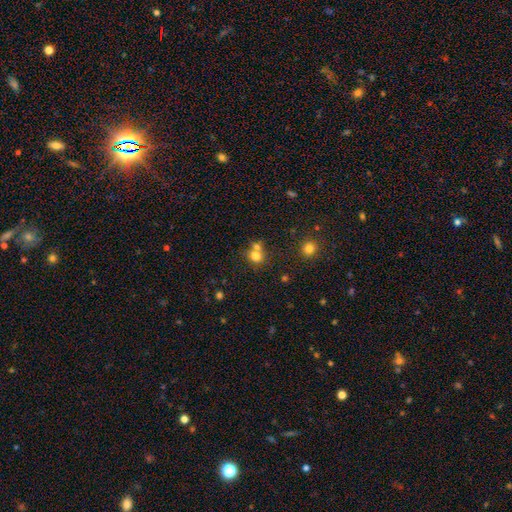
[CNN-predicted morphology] smooth_or_featured: smooth (p=0.75) [alt: star or artifact p=0.14]
how_rounded: round (p=0.76) [alt: in between p=0.23]
merging: none (p=0.49) [alt: merger p=0.39]